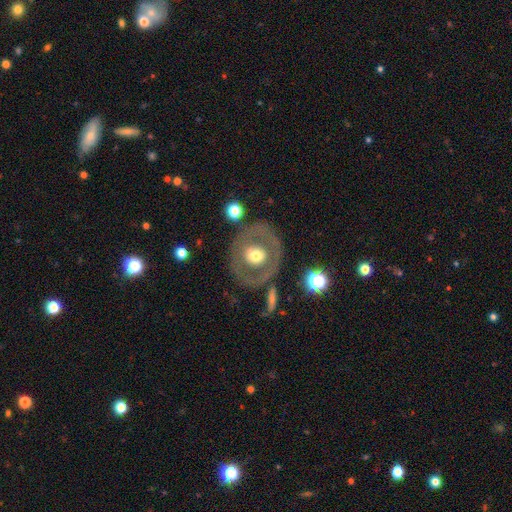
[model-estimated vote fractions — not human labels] This is possibly a featured or disk galaxy (52%). It is clearly not viewed edge-on (93%). Merging: likely none (77%).